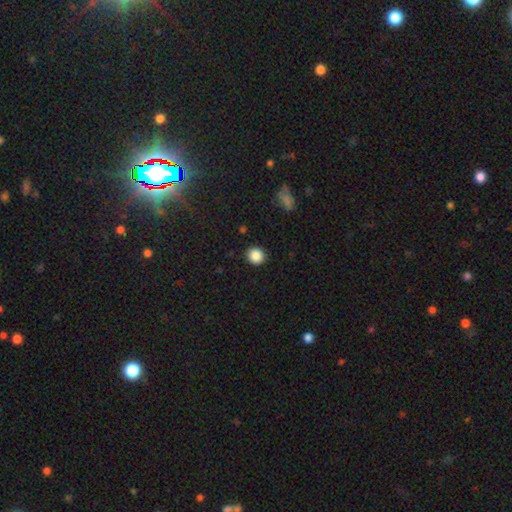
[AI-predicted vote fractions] A smooth galaxy with no disk features (87%) that is round (88%). Merging: none (91%).